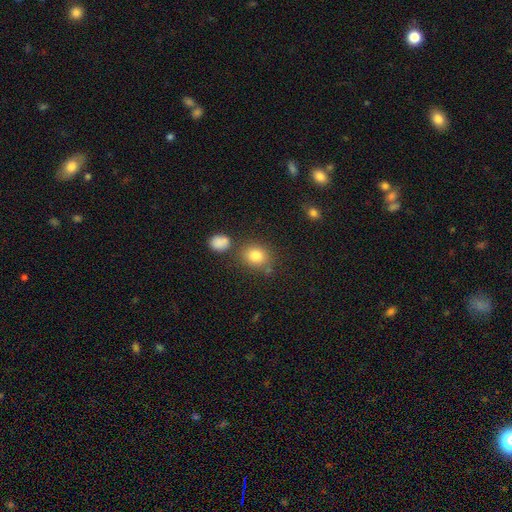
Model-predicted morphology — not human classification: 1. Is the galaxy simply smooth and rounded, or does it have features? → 82% smooth, 11% star or artifact, 7% featured or disk.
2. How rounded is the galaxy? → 65% round, 34% in between, 1% cigar-shaped.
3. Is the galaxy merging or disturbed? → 73% none, 12% minor disturbance, 11% merger, 4% major disturbance.